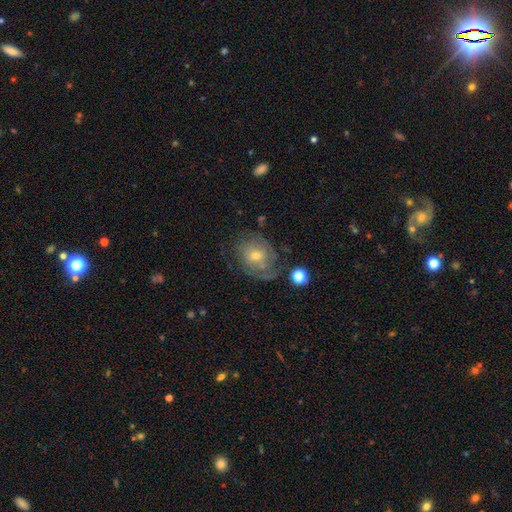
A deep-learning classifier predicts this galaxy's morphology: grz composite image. It shows a featured or disk galaxy (64%) with no bar (70%), spiral arms (78%) and a small central bulge (50%). Merging: none (55%).